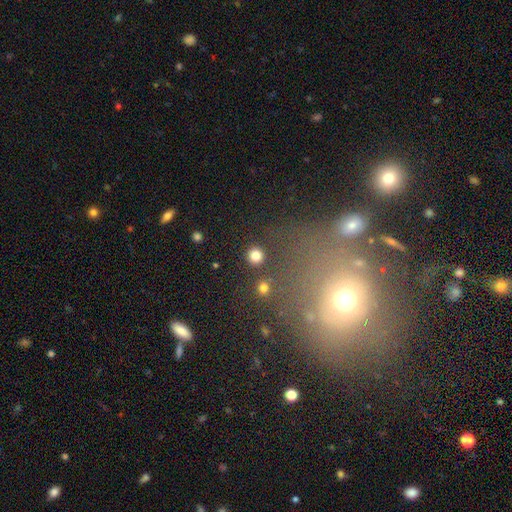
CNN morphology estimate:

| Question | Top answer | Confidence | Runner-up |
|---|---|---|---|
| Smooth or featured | smooth | 82% | star or artifact (14%) |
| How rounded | round | 95% | in between (4%) |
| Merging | none | 90% | minor disturbance (5%) |